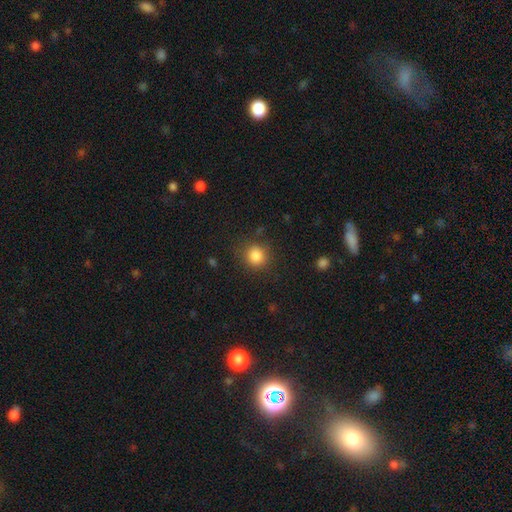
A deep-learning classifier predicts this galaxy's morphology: smooth 85%, star or artifact 11%, featured or disk 4%. Down the decision tree: how rounded — round (87%); merging — none (83%).